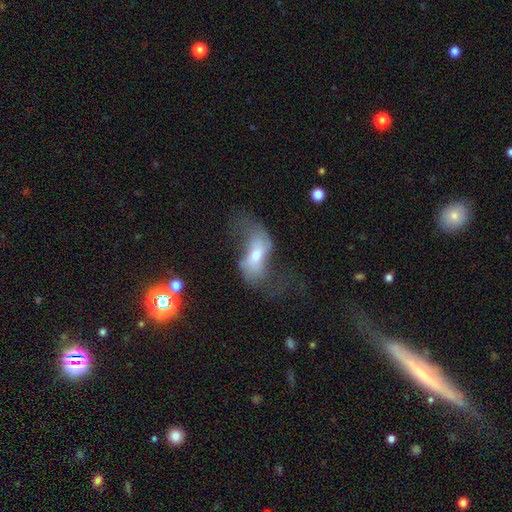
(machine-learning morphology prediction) This is likely a featured or disk galaxy (64%). It is clearly not viewed edge-on (91%). Bar: possibly no (47%). Spiral arm pattern: likely yes (76%). Central bulge: possibly moderate (50%). Merging: marginally none (39%).